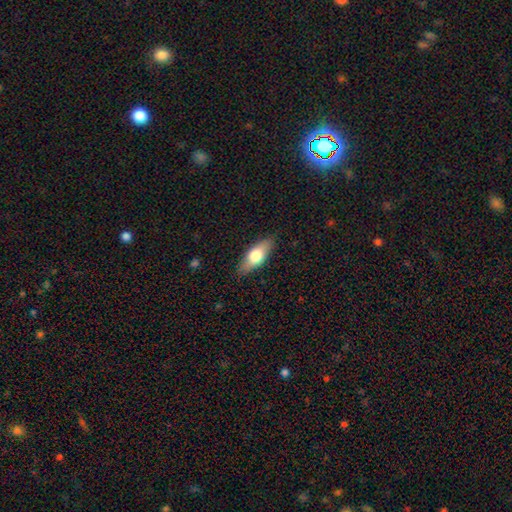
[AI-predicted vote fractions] Q: Smooth or featured?
A: smooth (65%); runner-up: featured or disk (29%)
Q: How rounded?
A: in between (72%); runner-up: cigar-shaped (25%)
Q: Merging?
A: none (86%); runner-up: minor disturbance (11%)